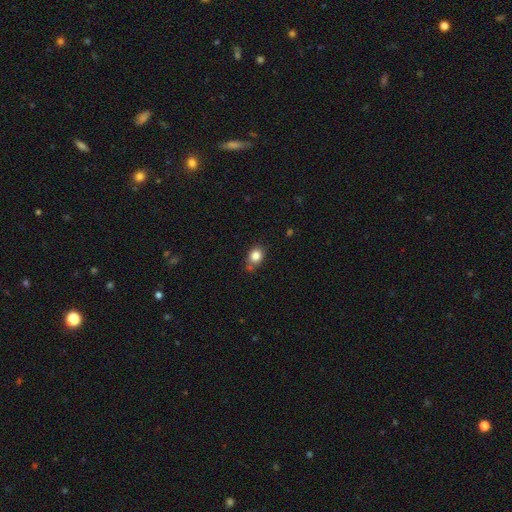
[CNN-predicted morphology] This is clearly a smooth galaxy (83%). How rounded: possibly round (52%). Merging: likely none (70%).